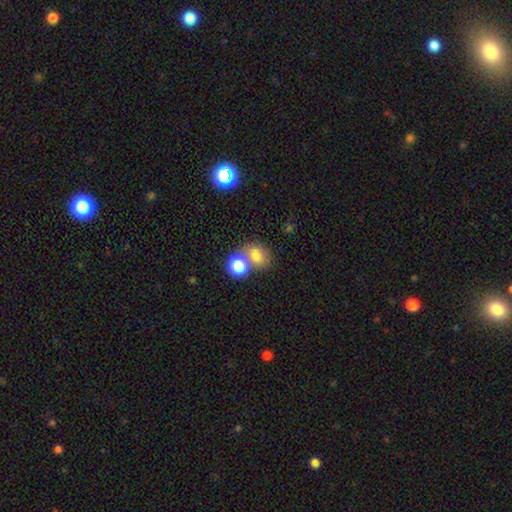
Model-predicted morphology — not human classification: Smooth or featured? smooth (75%)
How rounded? round (55%)
Merging? none (44%)